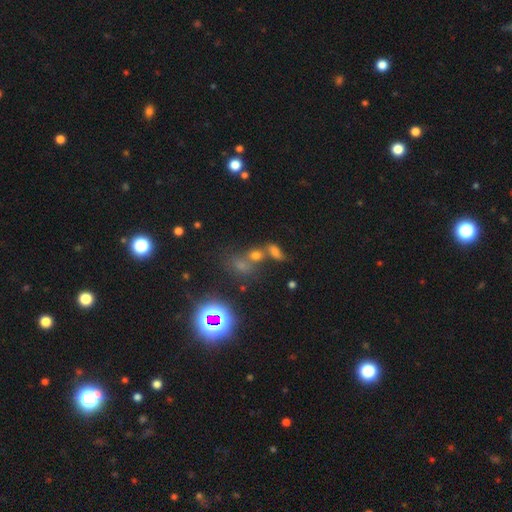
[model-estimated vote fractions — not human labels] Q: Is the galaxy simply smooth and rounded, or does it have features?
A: smooth — 43%, tied with star or artifact.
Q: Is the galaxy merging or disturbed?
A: none — 42%, tied with merger.